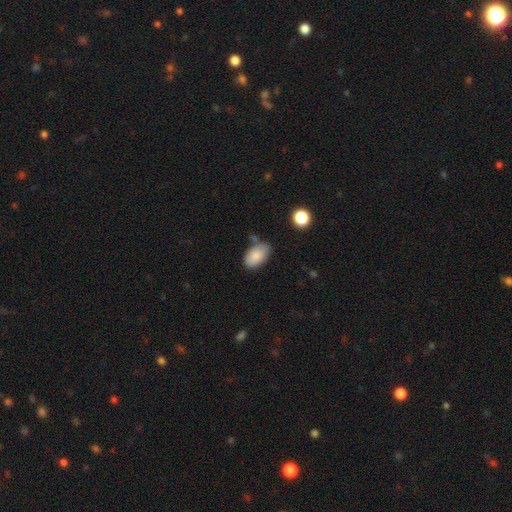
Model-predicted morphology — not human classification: The model was most divided on "merging": none: 63%, minor disturbance: 23%, merger: 8%, major disturbance: 5%. More confident: how rounded — in between (93%); smooth or featured — smooth (85%).